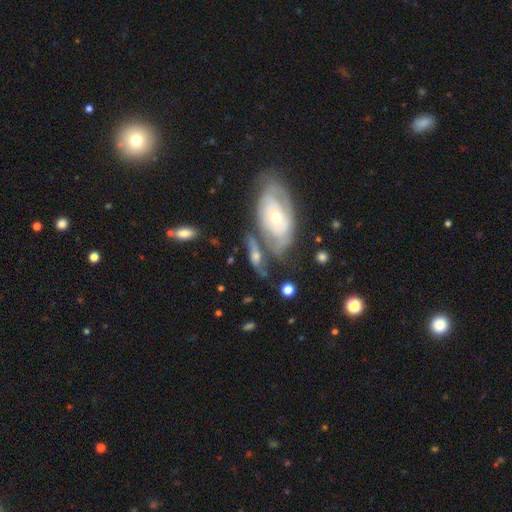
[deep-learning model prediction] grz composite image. It shows a featured or disk galaxy (61%). Merging: none (40%).